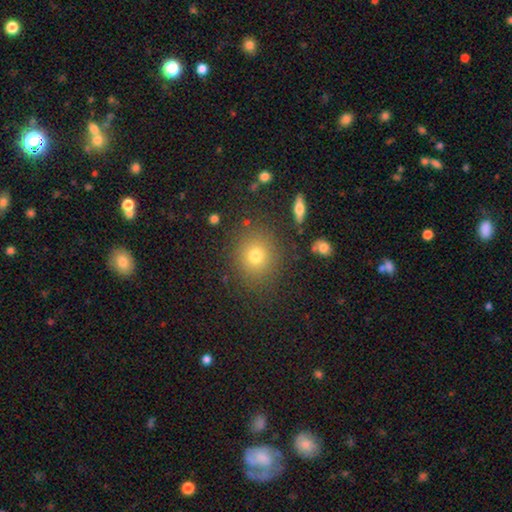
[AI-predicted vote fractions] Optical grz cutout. It shows a smooth galaxy with no disk features (73%) that is round (80%). Merging: none (85%).